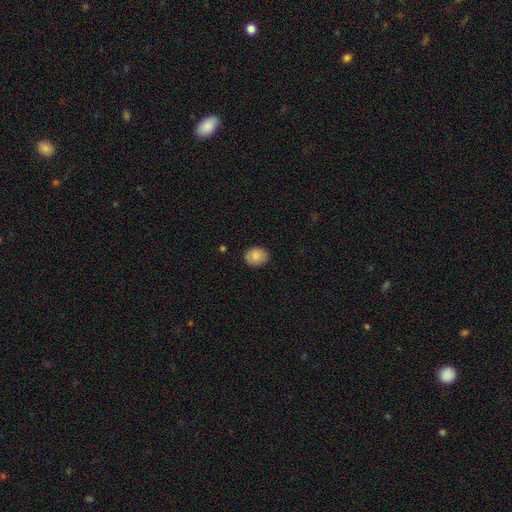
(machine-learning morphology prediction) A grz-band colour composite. It shows a smooth galaxy with no disk features (83%) that is round (51%). Merging: none (83%).